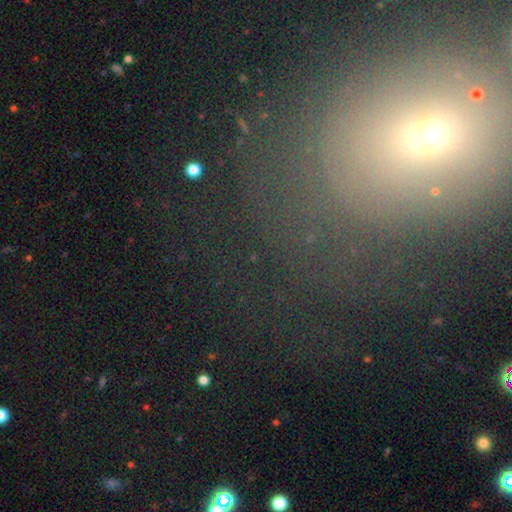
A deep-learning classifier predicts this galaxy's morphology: A star or artifact, not a galaxy (50%).

Vote fractions:
- Smooth or featured? star or artifact: 50% / featured or disk: 26% / smooth: 24%